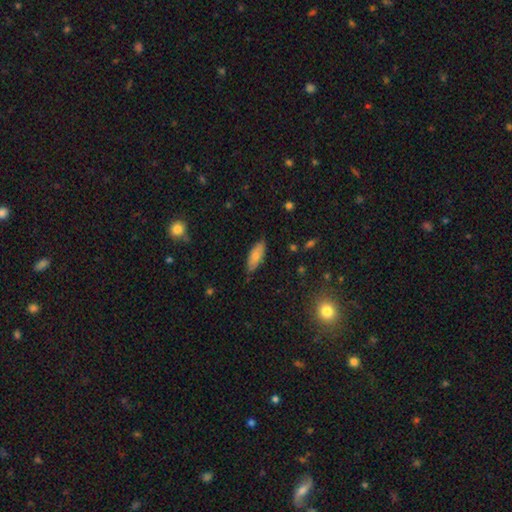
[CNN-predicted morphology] Smooth or featured? Predicted: smooth (p=0.75). How rounded? Predicted: in between (p=0.74). Merging? Predicted: none (p=0.79).